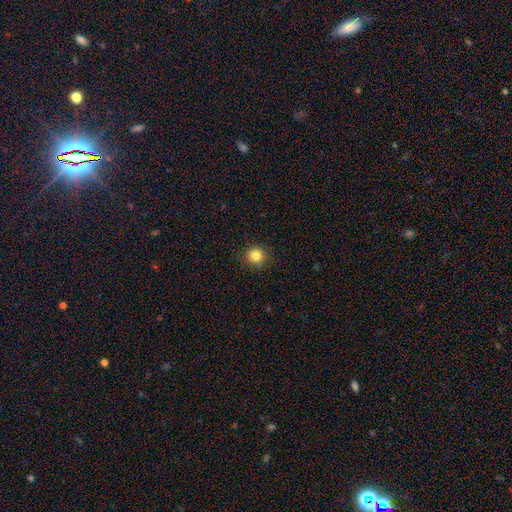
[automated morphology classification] A smooth galaxy with no disk features (83%) that is round (91%). Merging: none (90%).